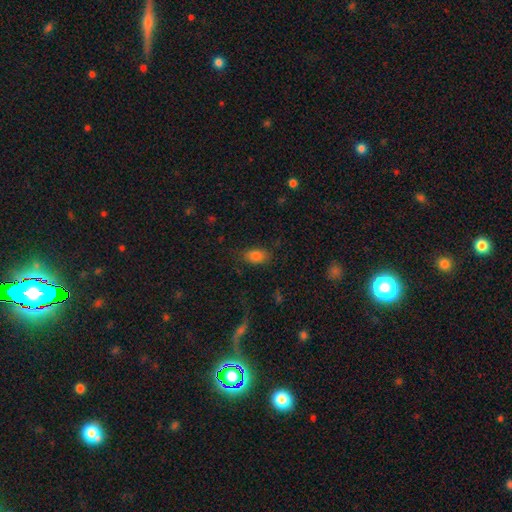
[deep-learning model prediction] The model was most divided on "merging": none: 74%, minor disturbance: 17%, major disturbance: 7%, merger: 2%. More confident: how rounded — in between (85%); smooth or featured — smooth (82%).